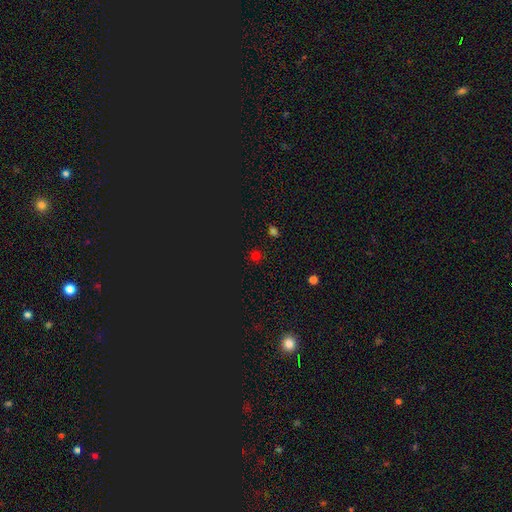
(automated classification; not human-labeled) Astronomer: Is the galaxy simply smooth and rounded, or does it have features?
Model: smooth — 54% (runner-up: star or artifact, 42%).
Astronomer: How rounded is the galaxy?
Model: round — 89%.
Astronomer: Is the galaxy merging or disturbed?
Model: none — 85%.